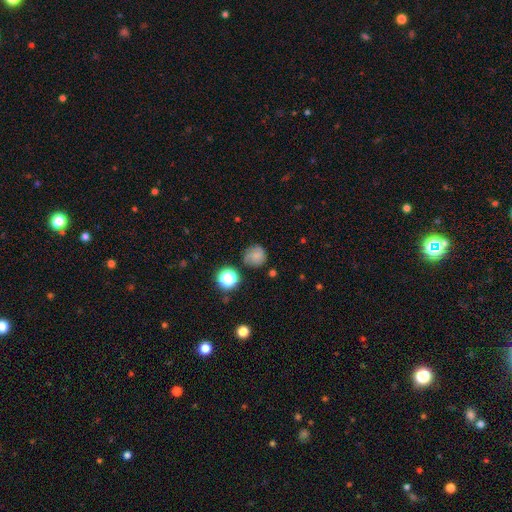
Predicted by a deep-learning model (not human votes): smooth-or-featured: smooth: 75% | star or artifact: 15% | featured or disk: 11%
  how-rounded: round: 91% | in between: 8% | cigar-shaped: 1%
  merging: none: 76% | minor disturbance: 15% | major disturbance: 4% | merger: 4%